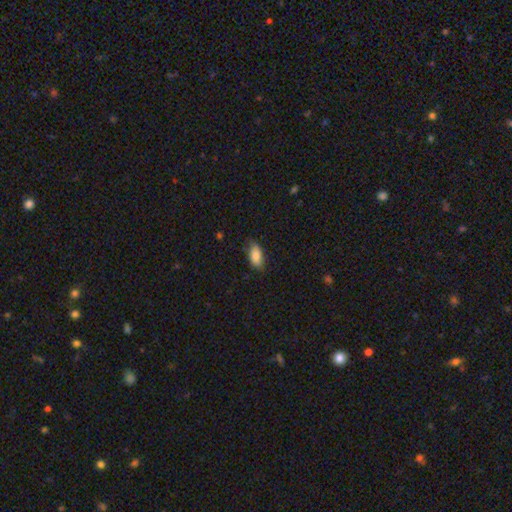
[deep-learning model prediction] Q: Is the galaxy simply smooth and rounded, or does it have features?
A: smooth — 85%.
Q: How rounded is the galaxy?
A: in between — 91%.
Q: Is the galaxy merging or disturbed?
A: none — 76%.